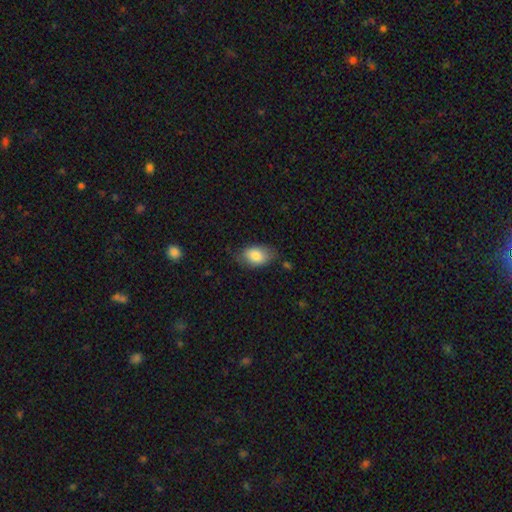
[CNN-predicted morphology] smooth-or-featured: smooth: 82% | featured or disk: 11% | star or artifact: 7%
  how-rounded: in between: 87% | round: 12% | cigar-shaped: 1%
  merging: none: 72% | minor disturbance: 22% | major disturbance: 5% | merger: 2%